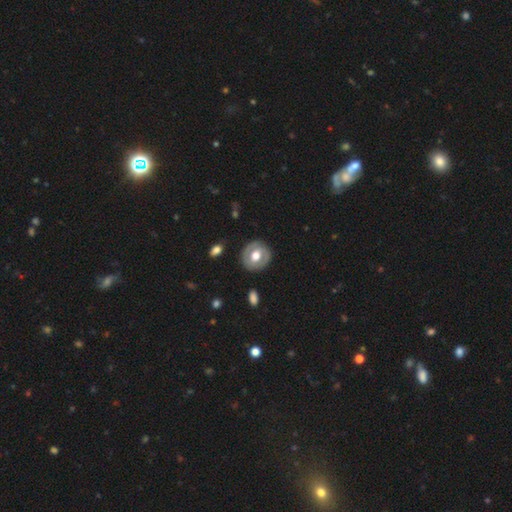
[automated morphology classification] Q: Smooth or featured?
A: featured or disk (48%); runner-up: smooth (46%)
Q: Merging?
A: none (84%); runner-up: minor disturbance (10%)